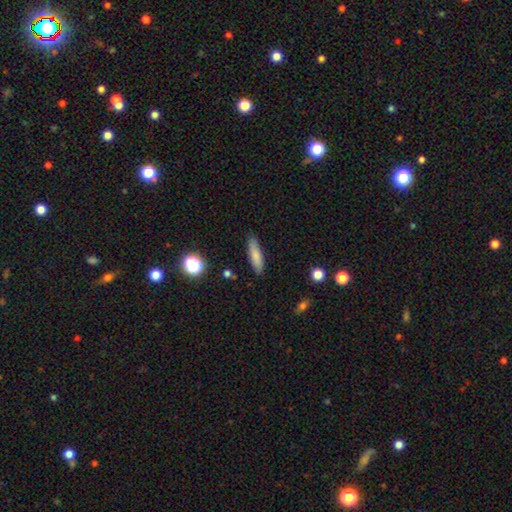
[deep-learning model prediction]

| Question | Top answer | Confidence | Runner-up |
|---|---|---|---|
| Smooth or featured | smooth | 80% | featured or disk (12%) |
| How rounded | cigar-shaped | 70% | in between (28%) |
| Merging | none | 86% | minor disturbance (11%) |